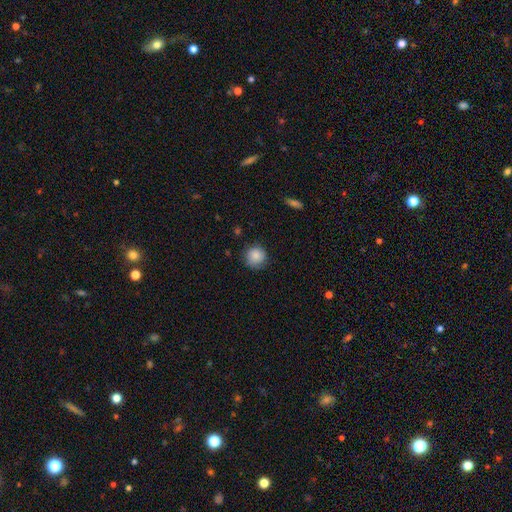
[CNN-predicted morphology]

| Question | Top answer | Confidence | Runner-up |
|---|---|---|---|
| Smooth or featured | smooth | 84% | star or artifact (8%) |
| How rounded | round | 92% | in between (7%) |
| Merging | none | 80% | minor disturbance (16%) |